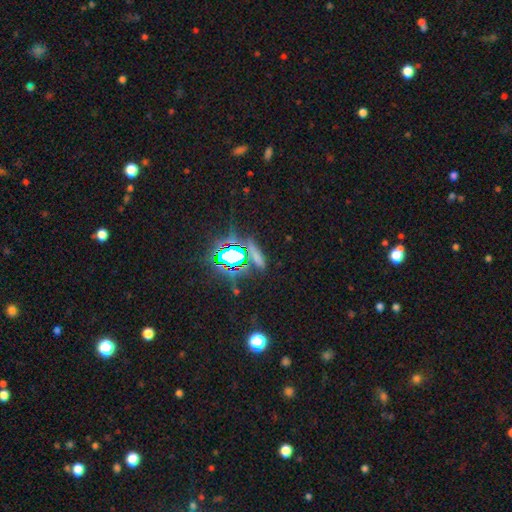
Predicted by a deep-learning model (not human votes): A star or artifact, not a galaxy (52%).